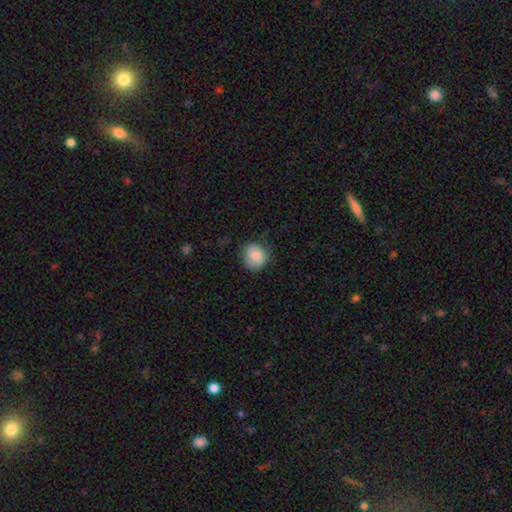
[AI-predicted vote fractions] Morphology: type=smooth (83%); roundness=round (73%); merging=none (67%).